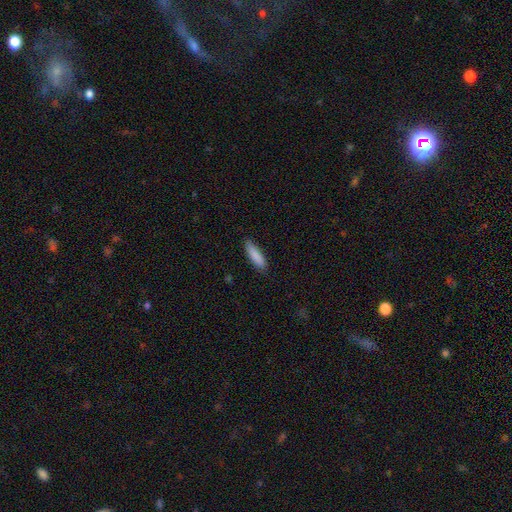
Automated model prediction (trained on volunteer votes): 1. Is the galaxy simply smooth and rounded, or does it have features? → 87% smooth, 7% featured or disk, 6% star or artifact.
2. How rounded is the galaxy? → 64% cigar-shaped, 34% in between, 1% round.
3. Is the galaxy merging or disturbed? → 85% none, 12% minor disturbance, 2% major disturbance, 1% merger.